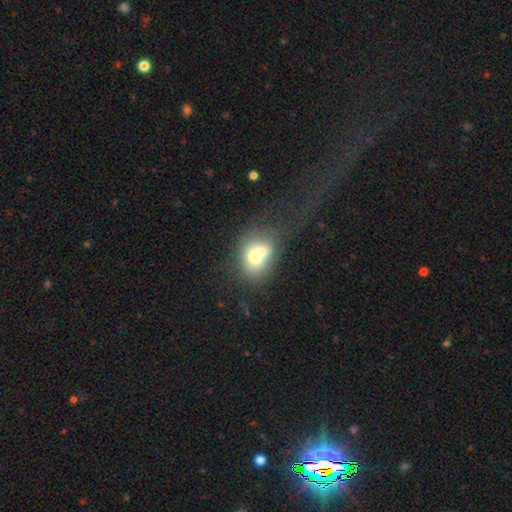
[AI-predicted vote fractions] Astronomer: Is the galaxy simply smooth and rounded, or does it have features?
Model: smooth — 65%.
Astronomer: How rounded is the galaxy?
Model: in between — 54% (runner-up: round, 45%).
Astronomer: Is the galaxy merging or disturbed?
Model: merger — 45% (runner-up: none, 27%).